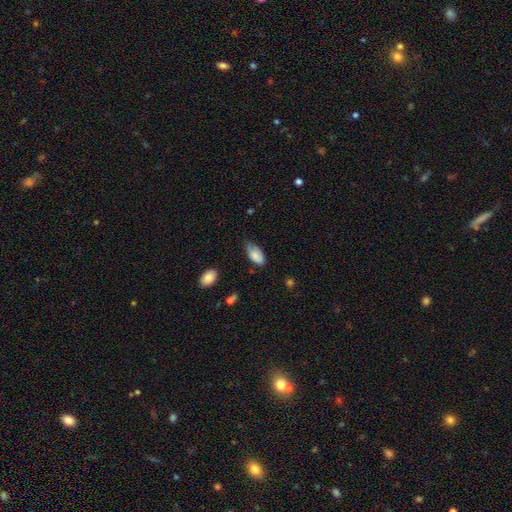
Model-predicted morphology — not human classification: Overall: smooth (83%). How rounded: in between (94%). Merging: none (51%; minor disturbance 39%).